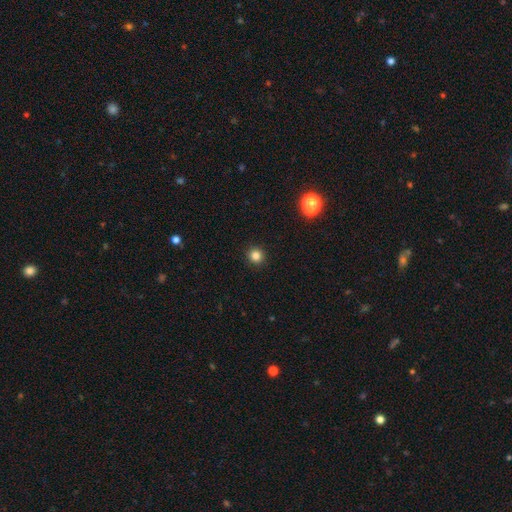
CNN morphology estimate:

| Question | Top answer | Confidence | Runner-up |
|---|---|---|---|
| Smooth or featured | smooth | 83% | star or artifact (13%) |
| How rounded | round | 95% | in between (4%) |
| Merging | none | 93% | minor disturbance (4%) |